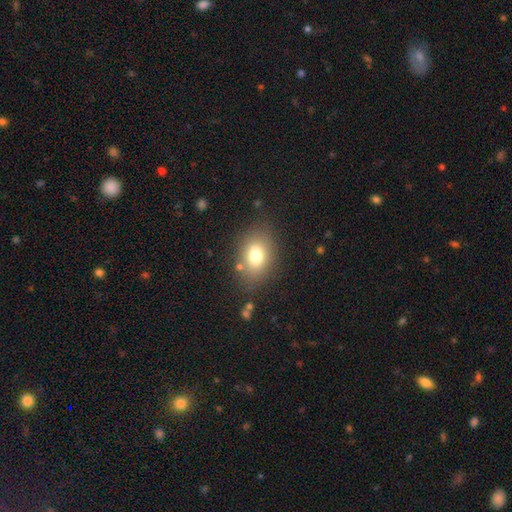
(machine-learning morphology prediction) Smooth or featured? Predicted: smooth (p=0.75). How rounded? Predicted: in between (p=0.68). Merging? Predicted: none (p=0.78).